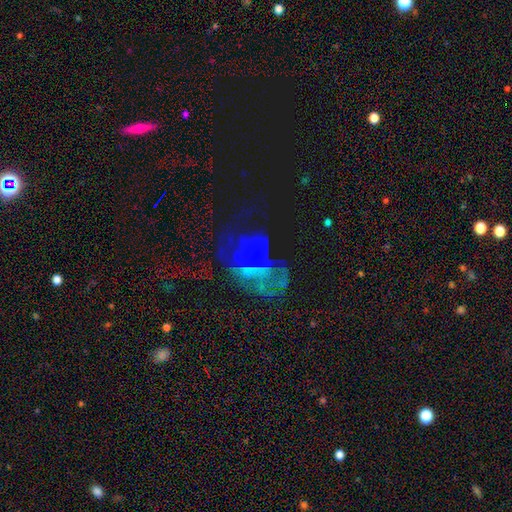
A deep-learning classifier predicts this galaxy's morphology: A featured or disk galaxy (51%).

Vote fractions:
- Smooth or featured? featured or disk: 51% / star or artifact: 29% / smooth: 20%
- Edge-on disk? no: 97% / yes: 3%
- Merging? major disturbance: 33% (tied) / none: 33% (tied) / merger: 20% / minor disturbance: 15%